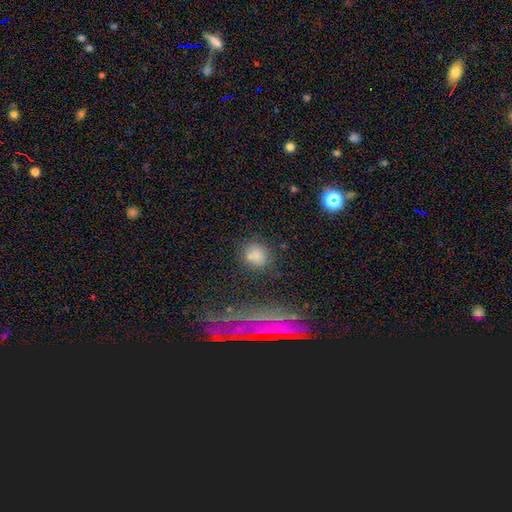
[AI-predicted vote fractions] smooth 76%, star or artifact 15%, featured or disk 9%. Down the decision tree: how rounded — round (66%); merging — none (69%).